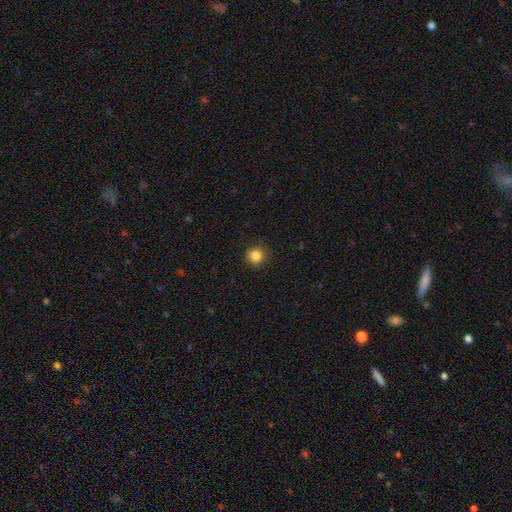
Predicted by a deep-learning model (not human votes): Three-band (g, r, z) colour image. It shows a smooth galaxy with no disk features (84%) that is round (90%). Merging: none (86%).